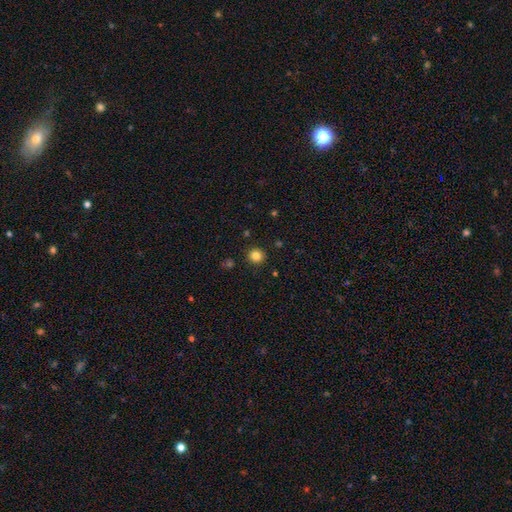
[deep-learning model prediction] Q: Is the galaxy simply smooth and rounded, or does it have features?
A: smooth — 82%.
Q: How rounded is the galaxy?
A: round — 91%.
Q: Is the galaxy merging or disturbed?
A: none — 91%.